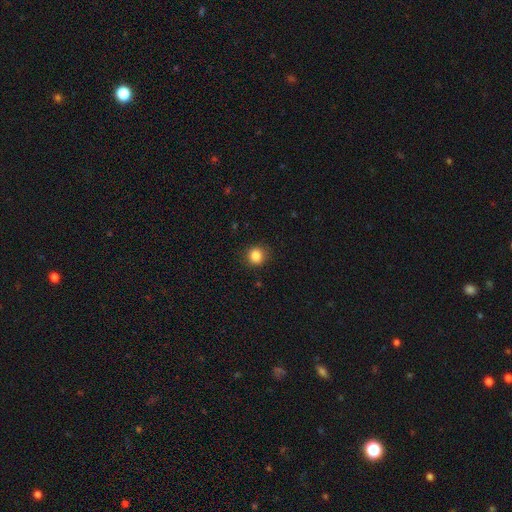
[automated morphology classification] A smooth galaxy with no disk features (84%) that is round (90%).

Vote fractions:
- Smooth or featured? smooth: 84% / star or artifact: 11% / featured or disk: 5%
- How rounded? round: 90% / in between: 9% / cigar-shaped: 1%
- Merging? none: 90% / minor disturbance: 7% / major disturbance: 2% / merger: 1%